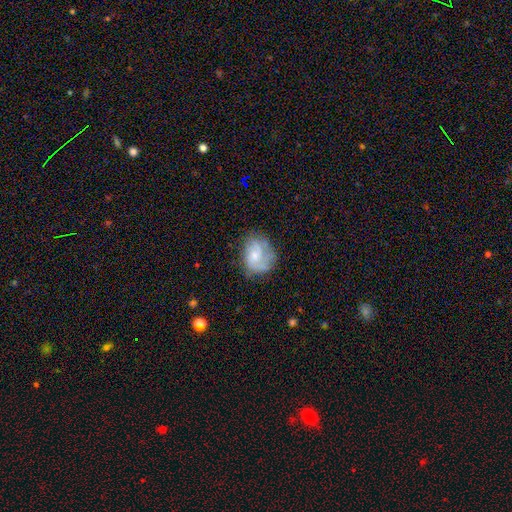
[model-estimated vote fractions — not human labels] Morphology: type=featured or disk (62%); edge-on=no (98%); bar=no (69%); spiral arms=yes (82%); bulge=small (56%); merging=none (58%).